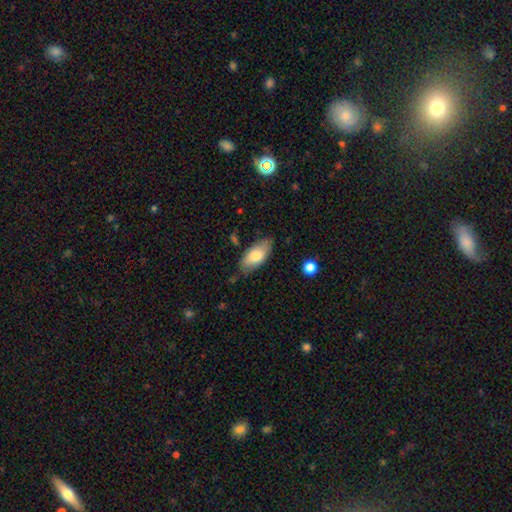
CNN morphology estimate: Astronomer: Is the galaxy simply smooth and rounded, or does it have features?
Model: smooth — 76%.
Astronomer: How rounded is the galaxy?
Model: in between — 89%.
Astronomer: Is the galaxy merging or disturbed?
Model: none — 74%.